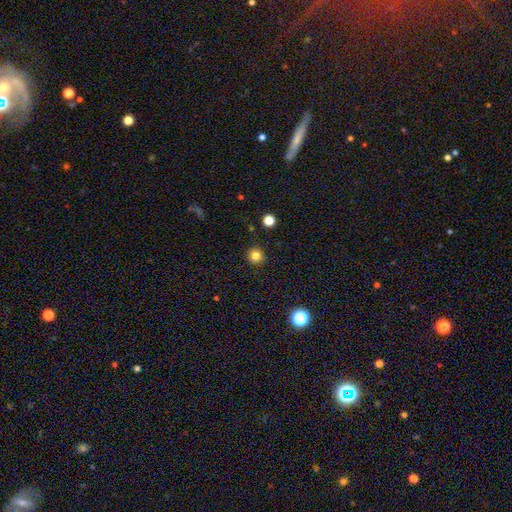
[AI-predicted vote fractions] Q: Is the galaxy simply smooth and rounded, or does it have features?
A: smooth — 82%.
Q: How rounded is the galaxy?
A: round — 95%.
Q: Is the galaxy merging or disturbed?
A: none — 92%.